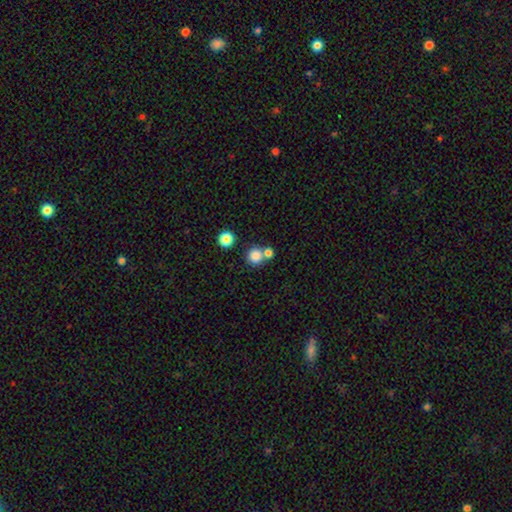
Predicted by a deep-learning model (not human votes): The model was most divided on "merging": none: 58%, merger: 33%, minor disturbance: 7%, major disturbance: 3%. More confident: how rounded — round (91%); smooth or featured — smooth (81%).